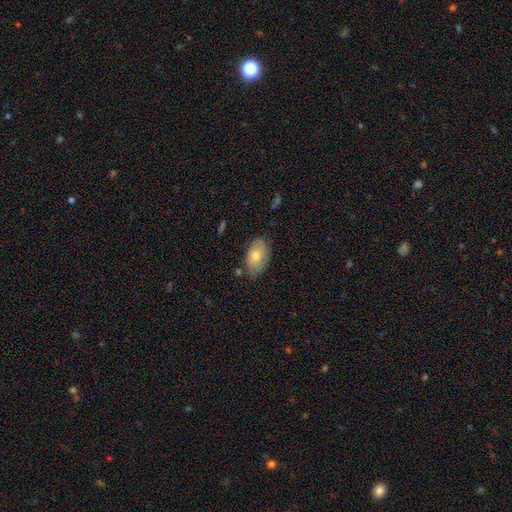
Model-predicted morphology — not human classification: This appears to be a smooth galaxy with no disk features (59%) that is in between round and cigar-shaped (90%). Merging: none (71%).